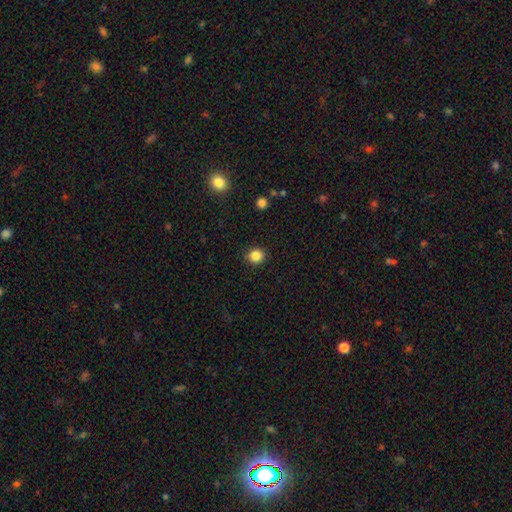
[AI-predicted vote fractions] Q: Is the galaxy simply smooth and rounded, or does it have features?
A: smooth — 84%.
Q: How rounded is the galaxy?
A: round — 89%.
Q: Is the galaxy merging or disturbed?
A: none — 92%.